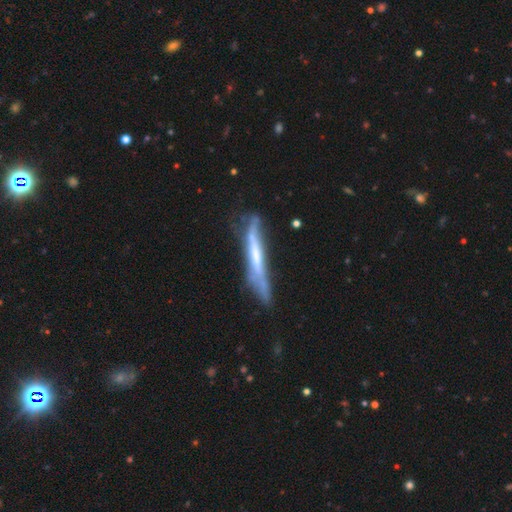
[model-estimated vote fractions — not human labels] A featured or disk galaxy (61%) viewed edge-on (82%) with no central bulge (64%).

Vote fractions:
- Smooth or featured? featured or disk: 61% / smooth: 32% / star or artifact: 7%
- Edge-on disk? yes: 82% / no: 18%
- Edge-on bulge? none: 64% / rounded: 20% / boxy: 16%
- Merging? none: 57% / minor disturbance: 28% / major disturbance: 11% / merger: 4%